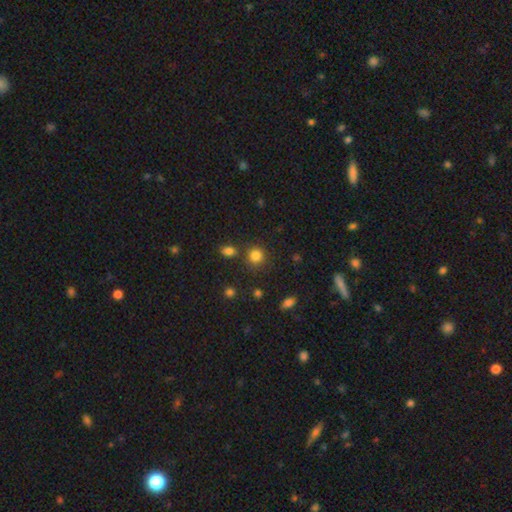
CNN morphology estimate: smooth 82%, star or artifact 13%, featured or disk 5%. Down the decision tree: how rounded — round (85%); merging — none (77%).